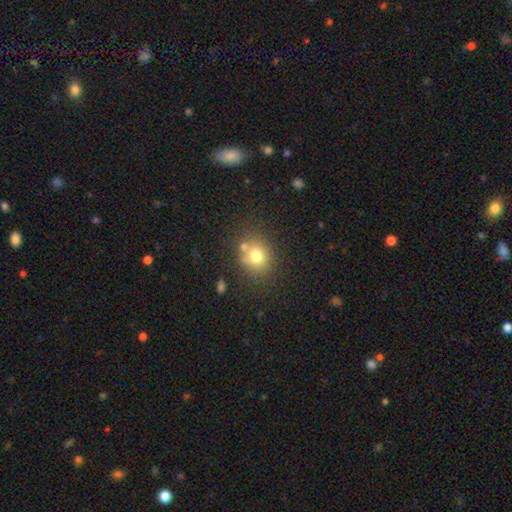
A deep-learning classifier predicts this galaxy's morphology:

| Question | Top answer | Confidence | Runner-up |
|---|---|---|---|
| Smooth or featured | smooth | 73% | star or artifact (14%) |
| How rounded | round | 73% | in between (27%) |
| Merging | none | 67% | merger (15%) |